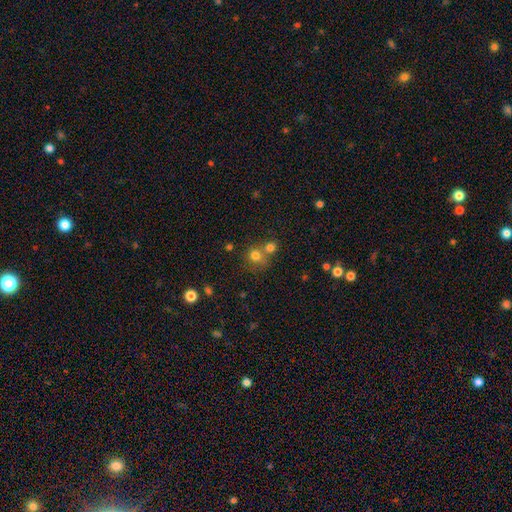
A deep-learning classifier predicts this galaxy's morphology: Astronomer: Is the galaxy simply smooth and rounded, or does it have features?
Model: smooth — 75%.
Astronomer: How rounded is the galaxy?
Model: round — 82%.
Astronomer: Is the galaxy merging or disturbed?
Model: none — 47% (runner-up: merger, 41%).